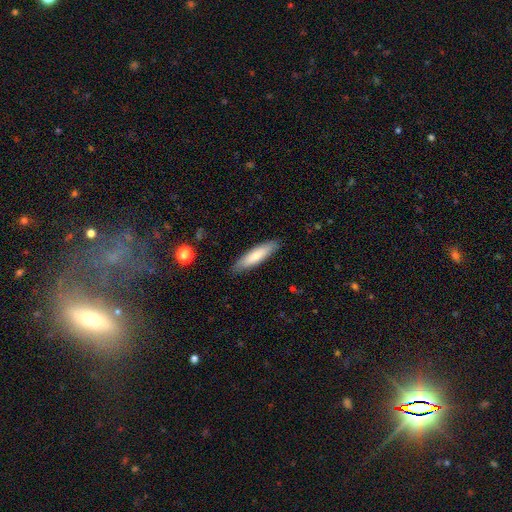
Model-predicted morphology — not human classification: This is likely a smooth galaxy (77%). How rounded: likely cigar-shaped (72%). Merging: clearly none (87%).